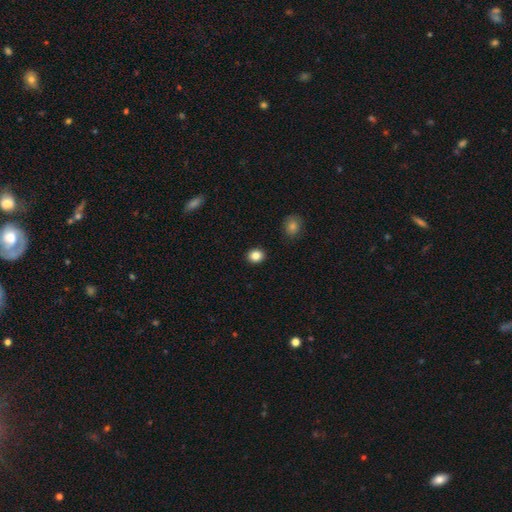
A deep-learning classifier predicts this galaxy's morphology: smooth-or-featured: smooth: 84% | star or artifact: 10% | featured or disk: 5%
  how-rounded: round: 69% | in between: 31% | cigar-shaped: 1%
  merging: none: 91% | minor disturbance: 6% | major disturbance: 2% | merger: 1%